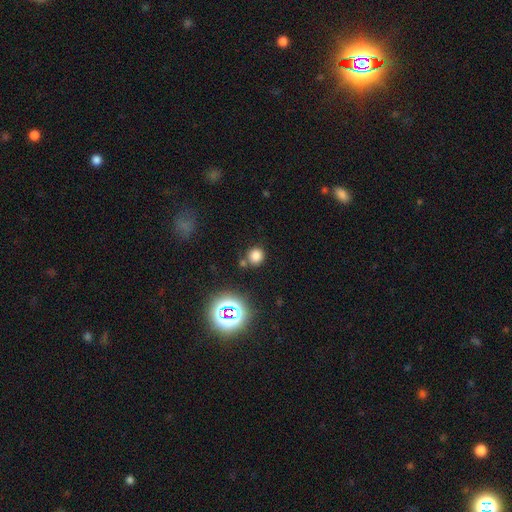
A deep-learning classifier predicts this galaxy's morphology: Smooth or featured: smooth — 74% (star or artifact — 20%)
How rounded: round — 85% (in between — 14%)
Merging: none — 75% (minor disturbance — 11%)